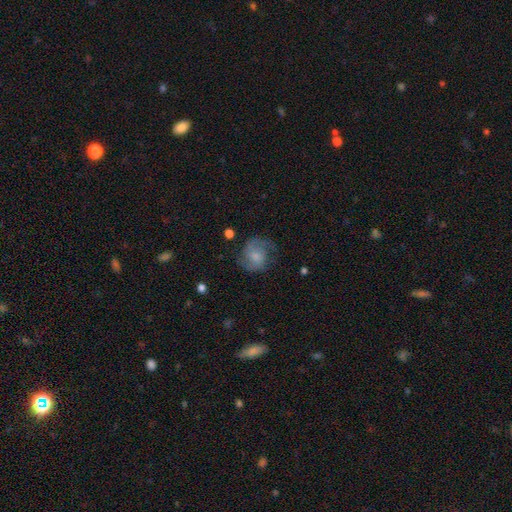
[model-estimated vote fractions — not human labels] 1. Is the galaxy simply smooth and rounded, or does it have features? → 52% featured or disk, 40% smooth, 8% star or artifact.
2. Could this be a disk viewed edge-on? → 98% no, 2% yes.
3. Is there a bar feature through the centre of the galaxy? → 64% no, 31% weak, 5% strong.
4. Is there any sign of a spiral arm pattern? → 86% yes, 14% no.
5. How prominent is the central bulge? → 39% small, 33% moderate, 18% none, 8% large, 2% dominant.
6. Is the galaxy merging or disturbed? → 59% none, 23% minor disturbance, 16% major disturbance, 2% merger.